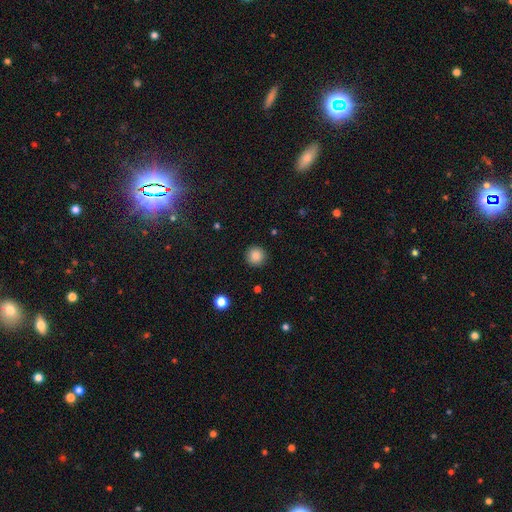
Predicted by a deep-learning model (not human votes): This appears to be a smooth galaxy with no disk features (86%) that is round (95%). Merging: none (92%).